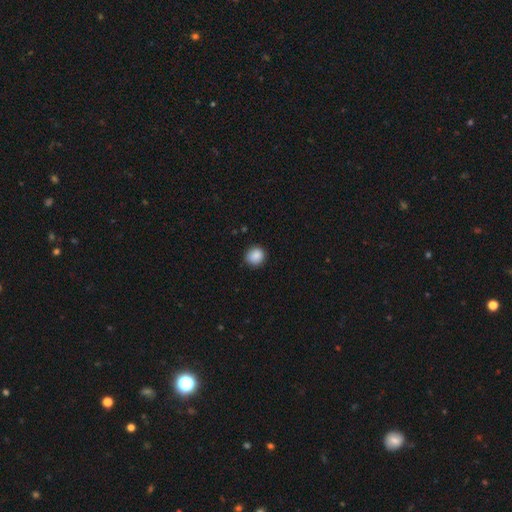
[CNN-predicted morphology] smooth-or-featured: smooth: 88% | star or artifact: 9% | featured or disk: 3%
  how-rounded: round: 85% | in between: 15% | cigar-shaped: 1%
  merging: none: 87% | minor disturbance: 10% | major disturbance: 2% | merger: 1%